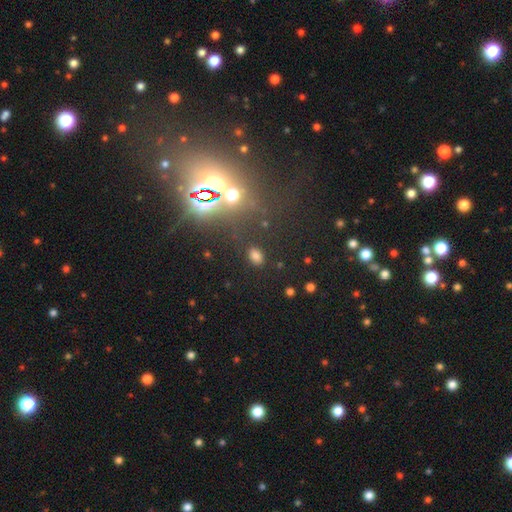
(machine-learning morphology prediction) type=smooth (71%); roundness=in between (81%); merging=none (84%).